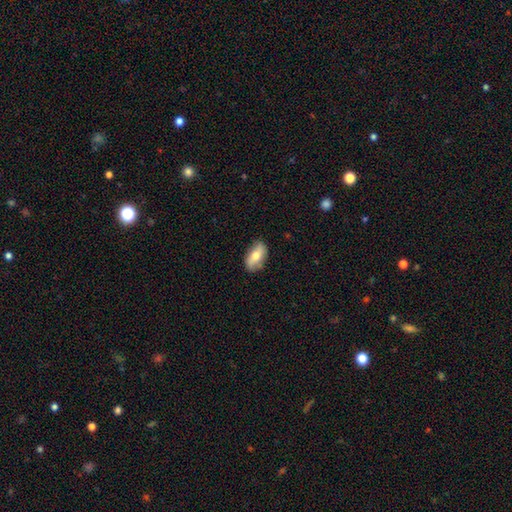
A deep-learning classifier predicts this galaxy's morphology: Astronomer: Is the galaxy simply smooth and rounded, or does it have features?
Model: smooth — 59% (runner-up: featured or disk, 35%).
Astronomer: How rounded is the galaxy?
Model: in between — 89%.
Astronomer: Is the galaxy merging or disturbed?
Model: none — 79%.